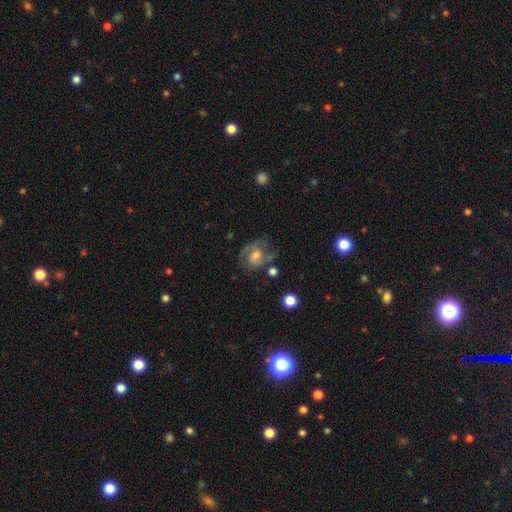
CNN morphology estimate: Smooth or featured: featured or disk — 69% (smooth — 21%)
Edge-on disk: no — 97% (yes — 3%)
Bar: no — 61% (weak — 33%)
Spiral arms: yes — 87% (no — 13%)
Spiral winding: medium — 47% (tight — 37%)
Spiral arm count: 2 — 56% (can't tell — 20%)
Bulge size: moderate — 57% (small — 30%)
Merging: none — 55% (minor disturbance — 23%)